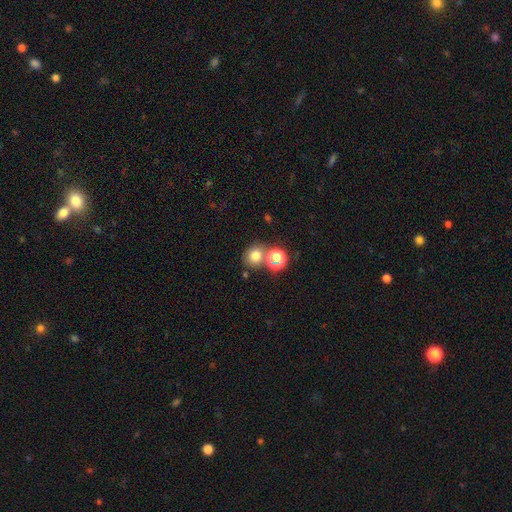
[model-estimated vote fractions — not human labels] smooth 73%, star or artifact 18%, featured or disk 8%. Down the decision tree: how rounded — round (80%); merging — none (65%).